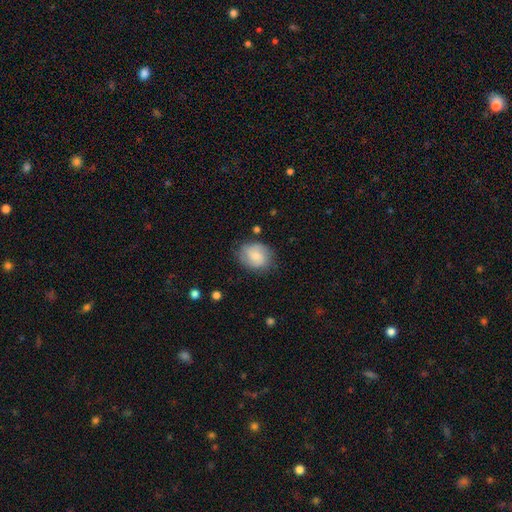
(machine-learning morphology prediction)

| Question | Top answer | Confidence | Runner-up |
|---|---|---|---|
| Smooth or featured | smooth | 61% | featured or disk (31%) |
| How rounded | in between | 50% | round (49%) |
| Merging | none | 74% | minor disturbance (18%) |